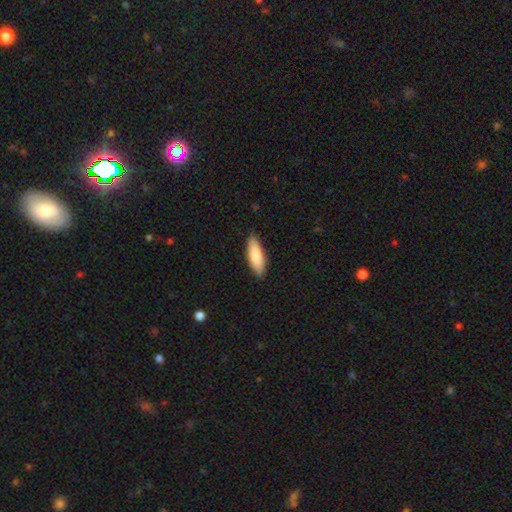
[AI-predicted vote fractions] The model was most divided on "how rounded": in between: 56%, cigar-shaped: 42%, round: 2%. More confident: merging — none (88%); smooth or featured — smooth (82%).